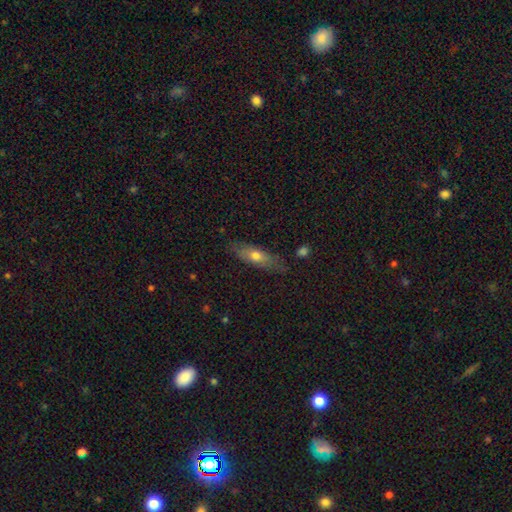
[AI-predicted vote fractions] A smooth galaxy with no disk features (49%).

Vote fractions:
- Smooth or featured? smooth: 49% / featured or disk: 43% / star or artifact: 8%
- Merging? none: 83% / minor disturbance: 13% / major disturbance: 2% / merger: 2%